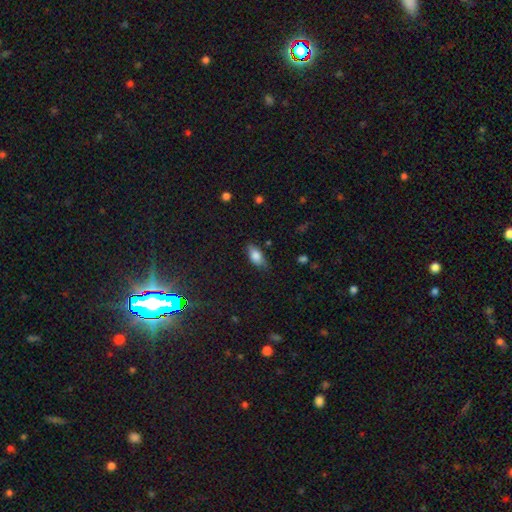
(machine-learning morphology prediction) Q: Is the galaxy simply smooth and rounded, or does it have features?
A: smooth — 80%.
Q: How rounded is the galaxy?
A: in between — 87%.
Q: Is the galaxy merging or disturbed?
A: none — 75%.